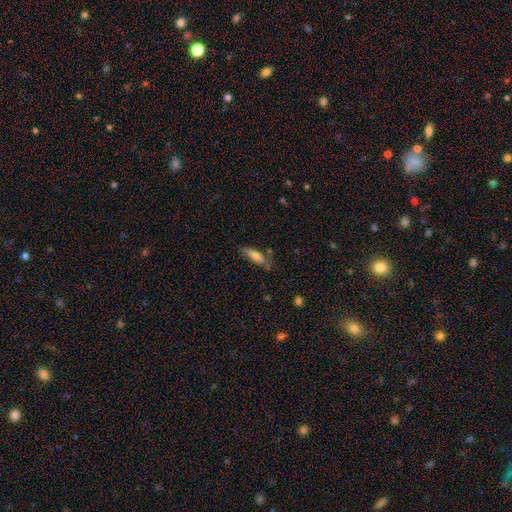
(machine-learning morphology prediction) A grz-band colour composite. It shows a smooth galaxy with no disk features (70%) that is in between round and cigar-shaped (51%). Merging: none (62%).